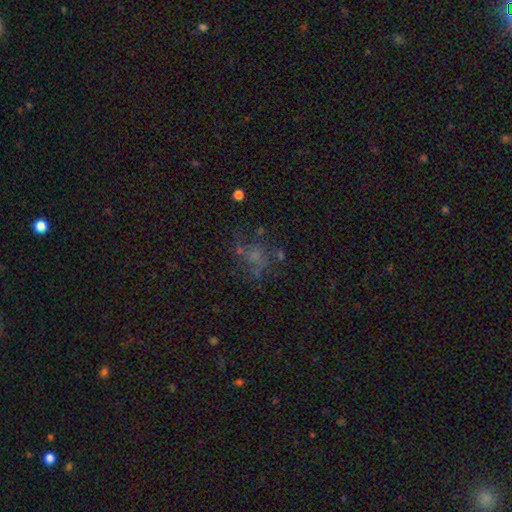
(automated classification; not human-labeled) smooth_or_featured: smooth (p=0.37) [alt: featured or disk p=0.35]
merging: none (p=0.46) [alt: major disturbance p=0.26]